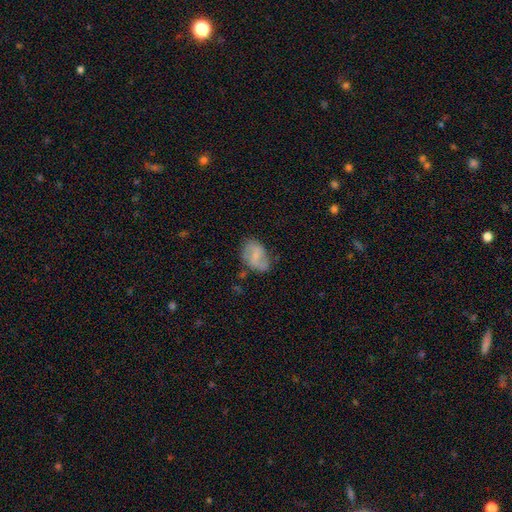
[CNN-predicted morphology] smooth-or-featured: smooth: 48% | featured or disk: 44% | star or artifact: 8%
  merging: none: 61% | minor disturbance: 26% | major disturbance: 10% | merger: 3%